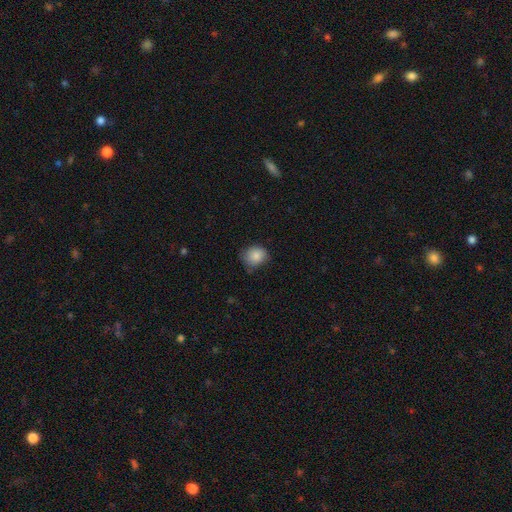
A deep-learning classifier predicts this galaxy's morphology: Smooth or featured: smooth — 85% (star or artifact — 8%)
How rounded: round — 72% (in between — 27%)
Merging: none — 69% (minor disturbance — 25%)